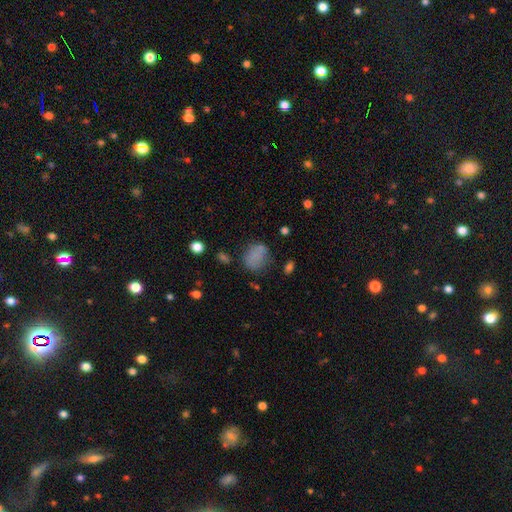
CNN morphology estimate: Smooth or featured: smooth — 78% (star or artifact — 13%)
How rounded: in between — 56% (round — 43%)
Merging: none — 59% (minor disturbance — 24%)